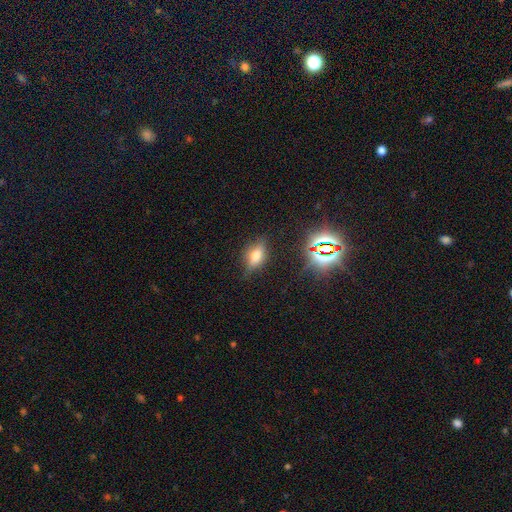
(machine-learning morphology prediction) Overall: smooth (54%; featured or disk 29%). How rounded: in between (76%). Merging: none (76%).